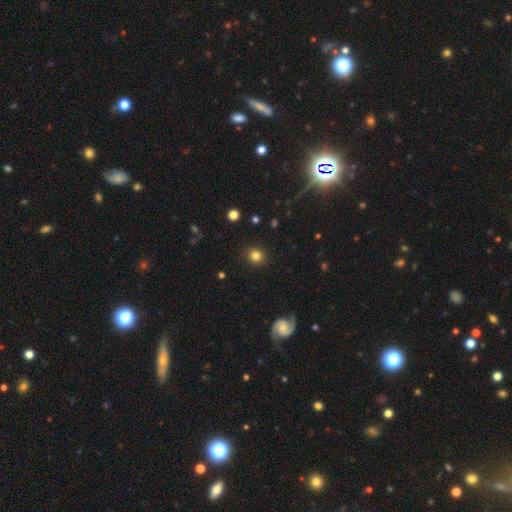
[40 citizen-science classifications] Overall: smooth (95%). How rounded: round (92%). Merging: none (90%).